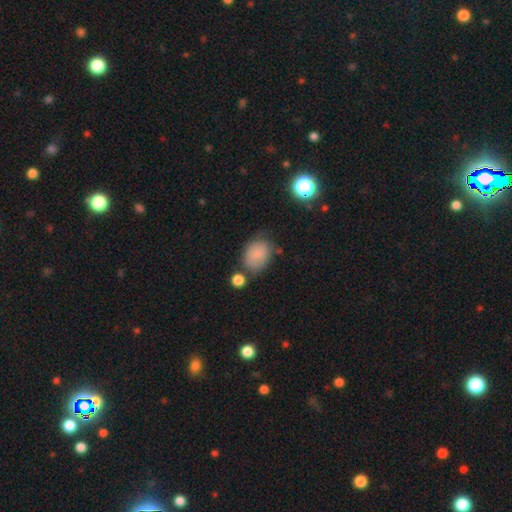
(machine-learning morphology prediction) A smooth galaxy with no disk features (80%) that is in between round and cigar-shaped (66%). Merging: none (58%).